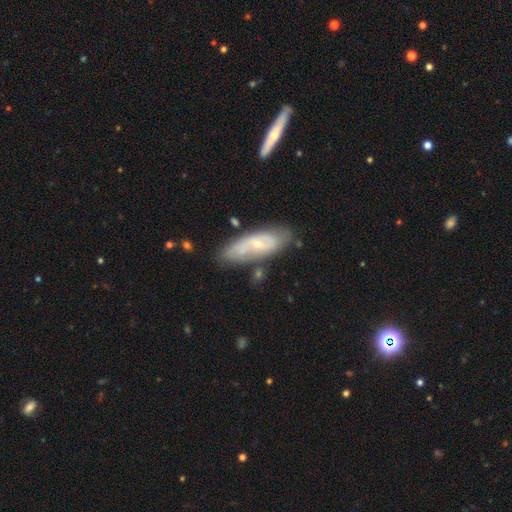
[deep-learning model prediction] Overall: featured or disk (49%; smooth 38%). Merging: none (67%).